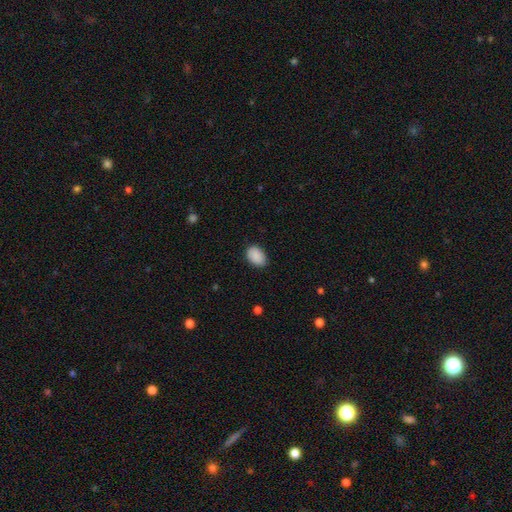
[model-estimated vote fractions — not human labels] Smooth or featured?
  - smooth: 90% *
  - star or artifact: 7%
  - featured or disk: 3%
How rounded?
  - in between: 86% *
  - round: 13%
  - cigar-shaped: 1%
Merging?
  - none: 83% *
  - minor disturbance: 13%
  - major disturbance: 3%
  - merger: 1%